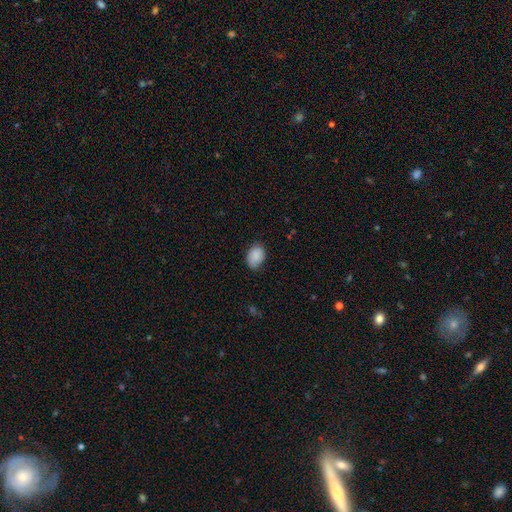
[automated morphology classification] Smooth or featured? Predicted: smooth (p=0.88). How rounded? Predicted: in between (p=0.78). Merging? Predicted: none (p=0.73).